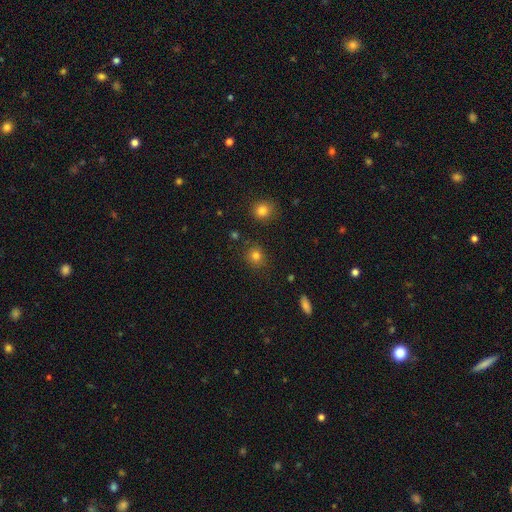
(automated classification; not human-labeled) Overall: smooth (80%). How rounded: round (85%). Merging: none (85%).